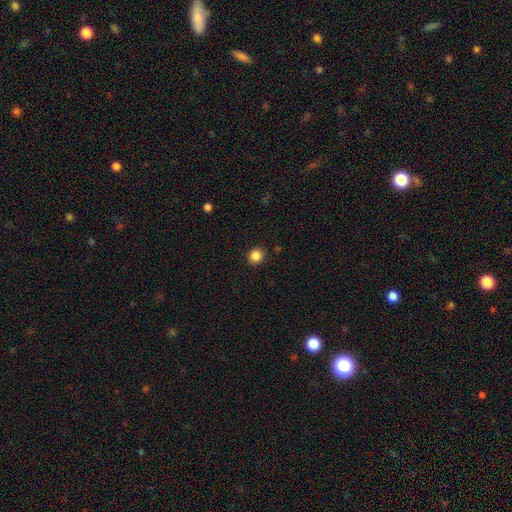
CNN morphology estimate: Q: Smooth or featured?
A: smooth (86%); runner-up: star or artifact (11%)
Q: How rounded?
A: round (89%); runner-up: in between (10%)
Q: Merging?
A: none (92%); runner-up: minor disturbance (5%)